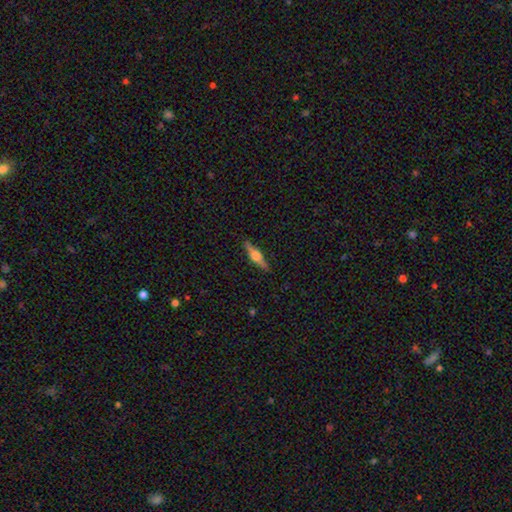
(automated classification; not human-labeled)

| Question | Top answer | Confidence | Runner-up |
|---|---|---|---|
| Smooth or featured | featured or disk | 68% | smooth (26%) |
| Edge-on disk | yes | 97% | no (3%) |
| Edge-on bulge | rounded | 93% | boxy (5%) |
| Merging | none | 90% | minor disturbance (8%) |